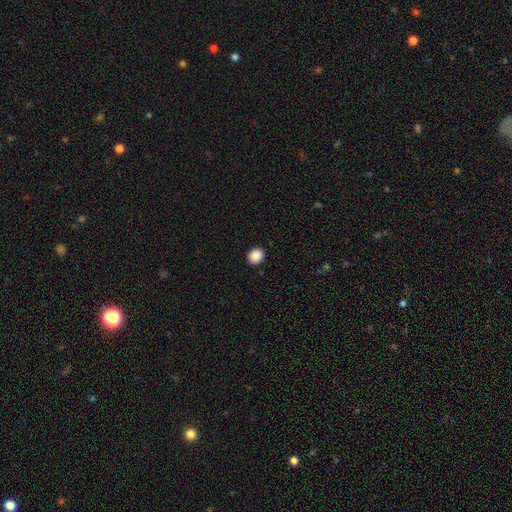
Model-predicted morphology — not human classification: Smooth or featured? Predicted: smooth (p=0.89). How rounded? Predicted: round (p=0.80). Merging? Predicted: none (p=0.92).